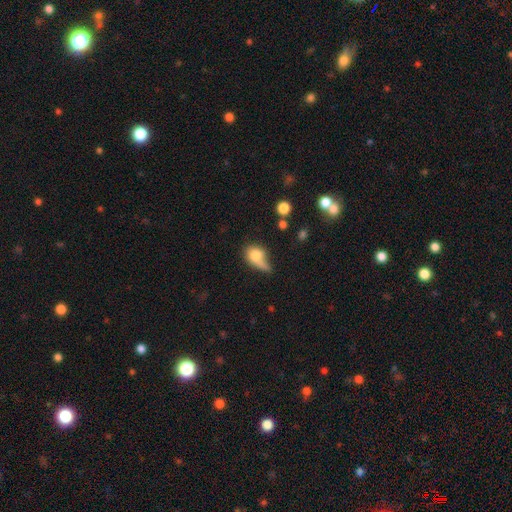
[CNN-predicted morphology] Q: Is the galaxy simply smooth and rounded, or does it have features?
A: smooth — 70%.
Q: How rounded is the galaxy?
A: in between — 57%.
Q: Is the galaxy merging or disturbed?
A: major disturbance — 29%.